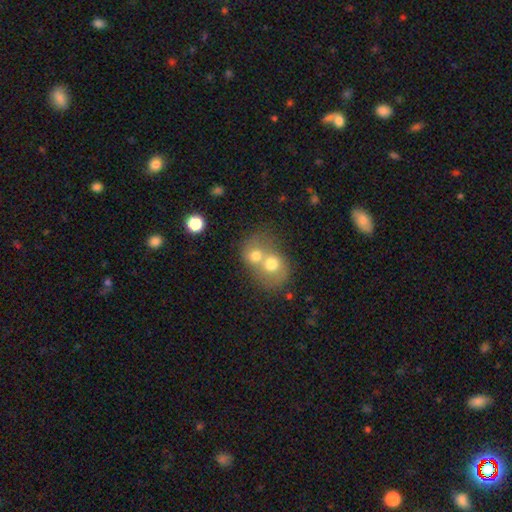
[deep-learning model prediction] Smooth or featured? smooth (66%)
How rounded? round (65%)
Merging? merger (74%)